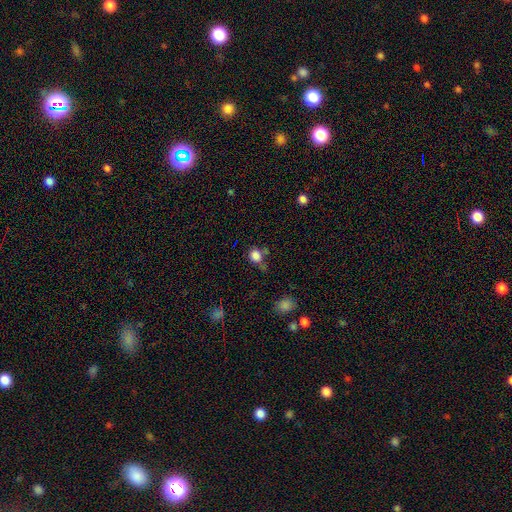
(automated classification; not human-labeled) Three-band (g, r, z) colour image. It shows a smooth galaxy with no disk features (81%) that is round (73%). Merging: none (52%).